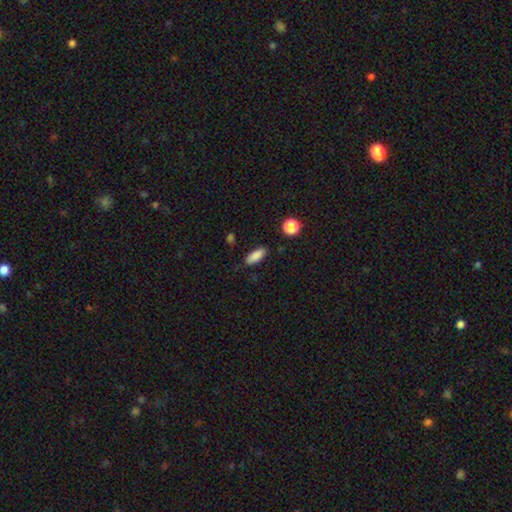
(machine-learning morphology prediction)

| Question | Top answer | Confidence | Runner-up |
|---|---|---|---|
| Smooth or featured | smooth | 86% | star or artifact (8%) |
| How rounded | in between | 76% | cigar-shaped (21%) |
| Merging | none | 83% | minor disturbance (12%) |